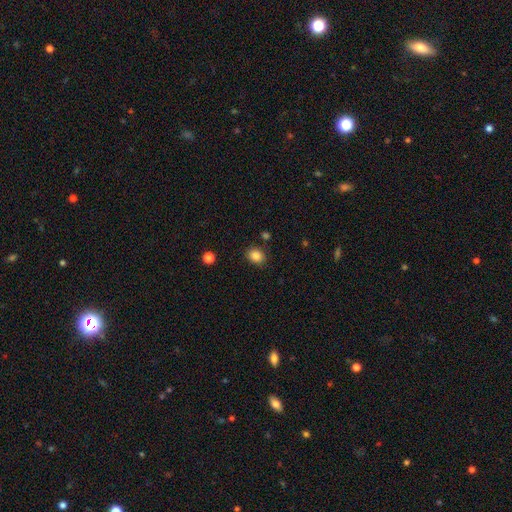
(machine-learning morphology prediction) A smooth galaxy with no disk features (86%) that is round (53%).

Vote fractions:
- Smooth or featured? smooth: 86% / star or artifact: 10% / featured or disk: 4%
- How rounded? round: 53% / in between: 47% / cigar-shaped: 1%
- Merging? none: 84% / minor disturbance: 10% / major disturbance: 3% / merger: 3%